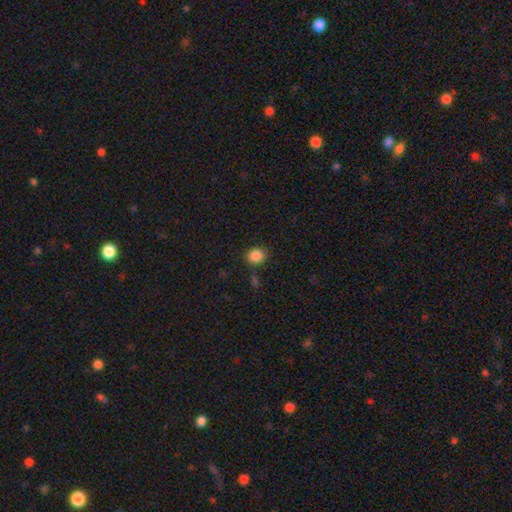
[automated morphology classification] Overall: smooth (86%). How rounded: round (76%). Merging: none (80%).